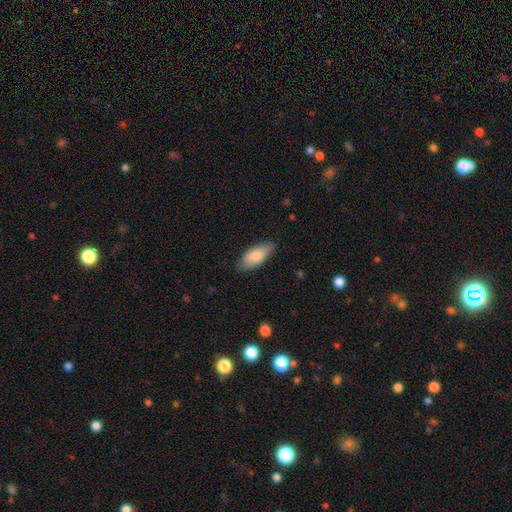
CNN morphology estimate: Q: Smooth or featured?
A: smooth (79%); runner-up: featured or disk (15%)
Q: How rounded?
A: in between (87%); runner-up: cigar-shaped (11%)
Q: Merging?
A: none (76%); runner-up: minor disturbance (19%)